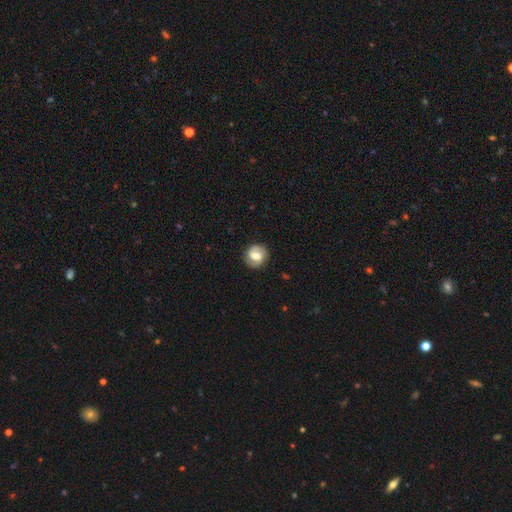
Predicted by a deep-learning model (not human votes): Smooth or featured? featured or disk (56%)
Edge-on disk? no (97%)
Bar? weak (47%)
Spiral arms? yes (81%)
Bulge size? moderate (64%)
Merging? none (86%)